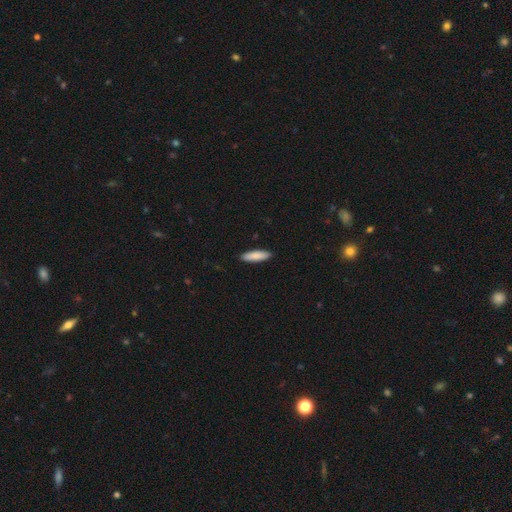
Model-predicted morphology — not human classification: The model was most divided on "how rounded": cigar-shaped: 67%, in between: 32%, round: 1%. More confident: merging — none (90%); smooth or featured — smooth (86%).